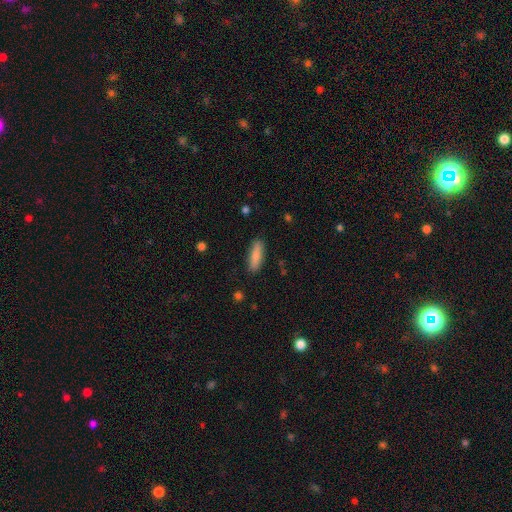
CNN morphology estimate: Smooth or featured? Predicted: smooth (p=0.81). How rounded? Predicted: cigar-shaped (p=0.54). Merging? Predicted: none (p=0.86).